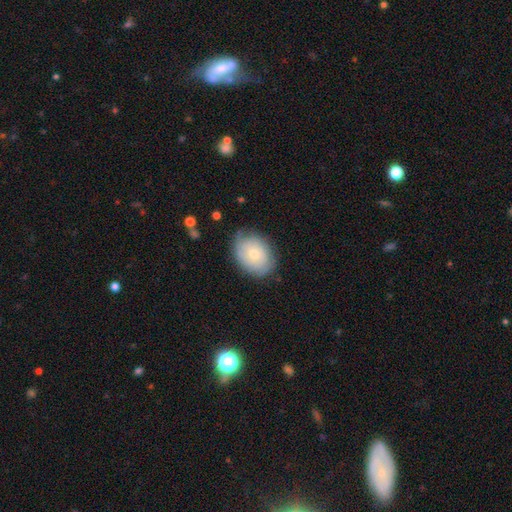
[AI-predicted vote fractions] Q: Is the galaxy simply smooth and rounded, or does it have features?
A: smooth — 48%.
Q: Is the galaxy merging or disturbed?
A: none — 74%.